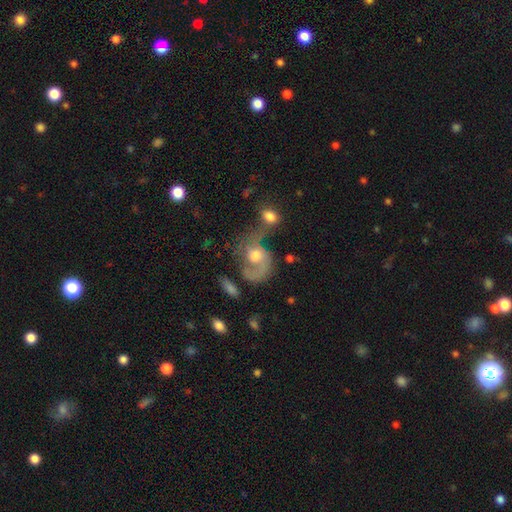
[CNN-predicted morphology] Q: Smooth or featured?
A: featured or disk (68%); runner-up: smooth (21%)
Q: Edge-on disk?
A: no (97%); runner-up: yes (3%)
Q: Bar?
A: no (75%); runner-up: weak (21%)
Q: Spiral arms?
A: yes (82%); runner-up: no (18%)
Q: Spiral winding?
A: medium (41%); runner-up: loose (33%)
Q: Spiral arm count?
A: 1 (45%); runner-up: 2 (40%)
Q: Bulge size?
A: moderate (67%); runner-up: small (17%)
Q: Merging?
A: none (34%); runner-up: merger (27%)